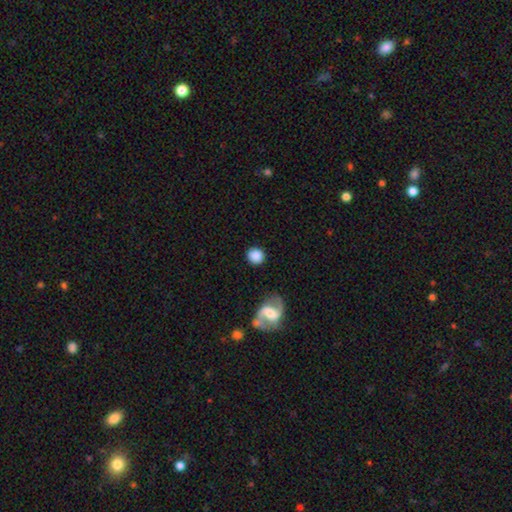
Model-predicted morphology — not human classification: A smooth galaxy with no disk features (80%) that is round (88%). Merging: none (83%).